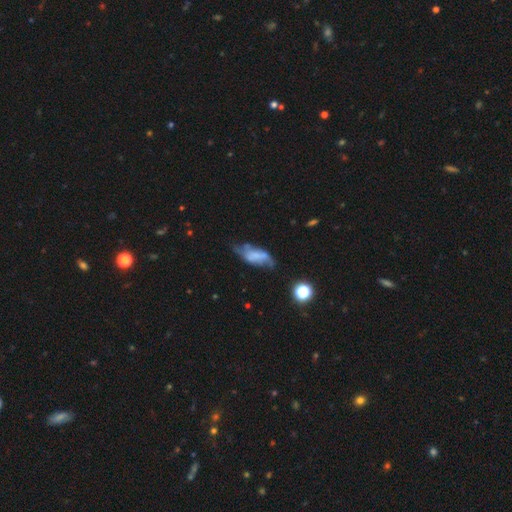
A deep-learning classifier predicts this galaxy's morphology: Overall: featured or disk (51%; smooth 38%). Edge-on disk: no (86%). Merging: none (37%; minor disturbance 32%).